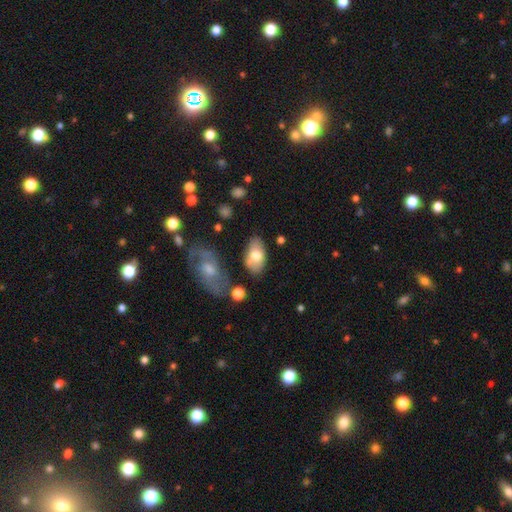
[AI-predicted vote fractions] smooth_or_featured: smooth (p=0.72) [alt: featured or disk p=0.22]
how_rounded: in between (p=0.93) [alt: round p=0.05]
merging: none (p=0.66) [alt: minor disturbance p=0.19]